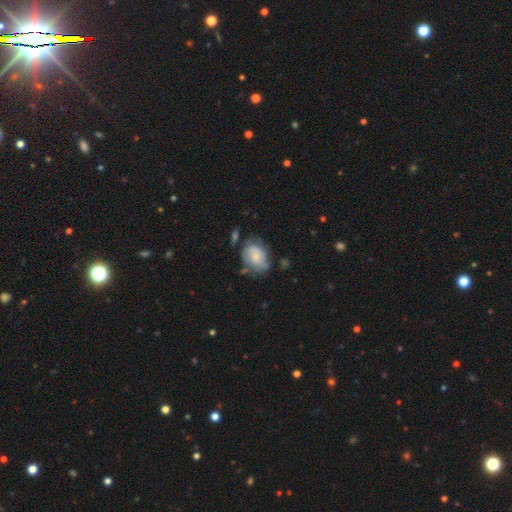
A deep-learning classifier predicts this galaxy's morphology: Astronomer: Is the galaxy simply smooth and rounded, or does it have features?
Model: smooth — 60%.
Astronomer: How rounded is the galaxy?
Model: in between — 61% (runner-up: round, 38%).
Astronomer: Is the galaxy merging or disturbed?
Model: none — 43% (runner-up: minor disturbance, 32%).